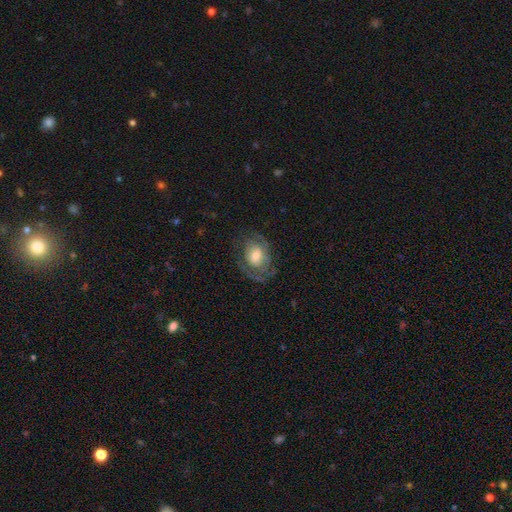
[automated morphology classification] A featured or disk galaxy (63%) with no bar (71%), spiral arms (75%) and a moderate central bulge (55%).

Vote fractions:
- Smooth or featured? featured or disk: 63% / smooth: 30% / star or artifact: 7%
- Edge-on disk? no: 96% / yes: 4%
- Bar? no: 71% / weak: 24% / strong: 5%
- Spiral arms? yes: 75% / no: 25%
- Bulge size? moderate: 55% / small: 31% / large: 11% / none: 2% / dominant: 2%
- Merging? none: 59% / minor disturbance: 20% / major disturbance: 19% / merger: 1%